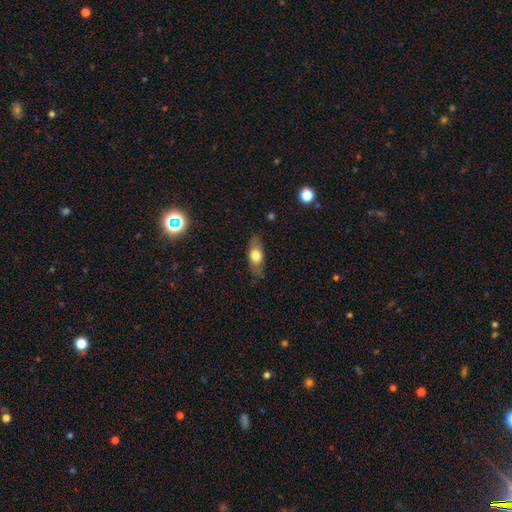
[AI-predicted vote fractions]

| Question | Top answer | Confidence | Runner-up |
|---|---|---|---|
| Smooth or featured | smooth | 65% | featured or disk (28%) |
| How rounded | in between | 72% | cigar-shaped (20%) |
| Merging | none | 79% | minor disturbance (15%) |